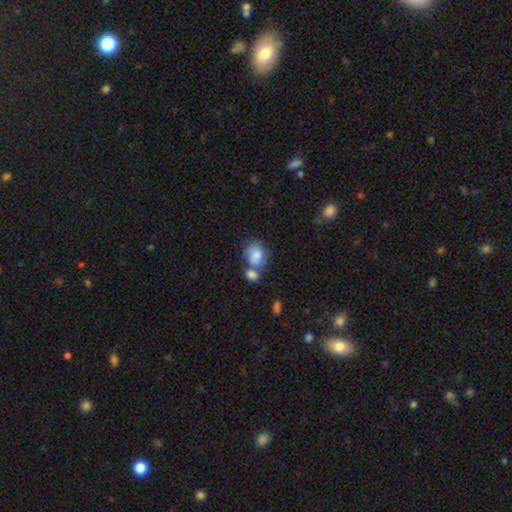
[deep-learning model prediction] Smooth or featured: smooth — 83% (featured or disk — 10%)
How rounded: in between — 61% (round — 38%)
Merging: merger — 47% (none — 34%)